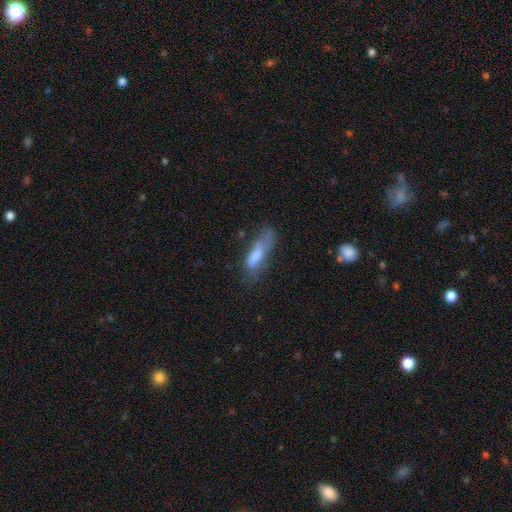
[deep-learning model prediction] A smooth galaxy with no disk features (63%) that is cigar-shaped (51%).

Vote fractions:
- Smooth or featured? smooth: 63% / featured or disk: 28% / star or artifact: 9%
- How rounded? cigar-shaped: 51% / in between: 47% / round: 2%
- Merging? none: 40% / minor disturbance: 30% / major disturbance: 25% / merger: 5%